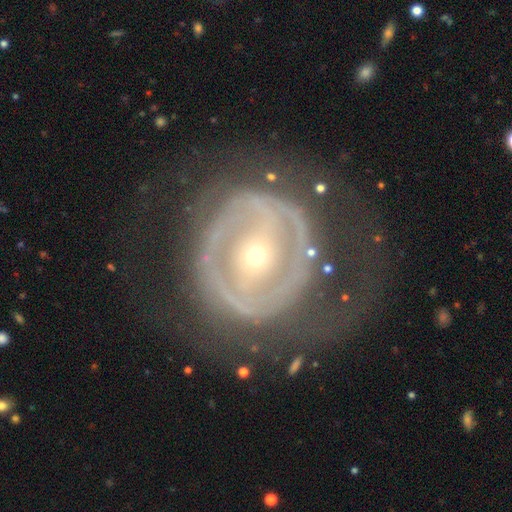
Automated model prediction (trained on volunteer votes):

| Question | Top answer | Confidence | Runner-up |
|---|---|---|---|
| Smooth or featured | featured or disk | 80% | smooth (14%) |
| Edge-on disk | no | 96% | yes (4%) |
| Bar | no | 39% | strong (32%) |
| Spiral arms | yes | 52% | no (48%) |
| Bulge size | small | 74% | moderate (22%) |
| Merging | none | 57% | major disturbance (24%) |